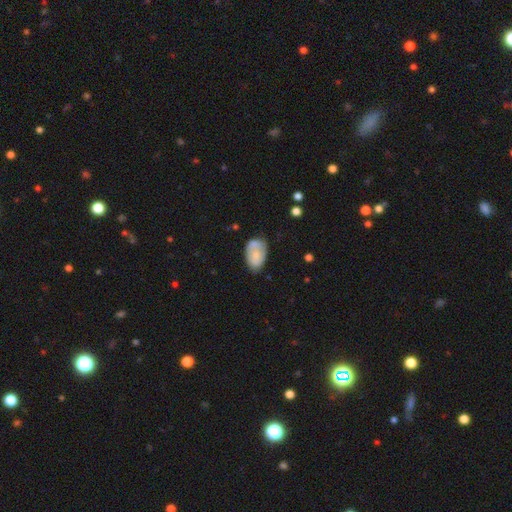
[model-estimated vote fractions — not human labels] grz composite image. It shows a smooth galaxy with no disk features (68%) that is in between round and cigar-shaped (91%). Merging: none (52%).